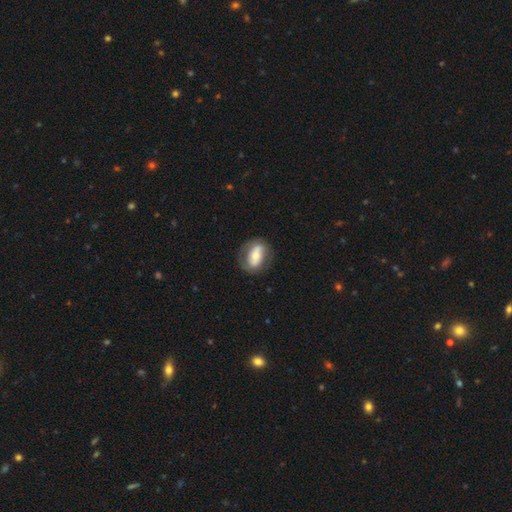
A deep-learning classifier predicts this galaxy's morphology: smooth-or-featured: featured or disk: 48% | smooth: 46% | star or artifact: 7%
  merging: none: 75% | minor disturbance: 16% | major disturbance: 7% | merger: 1%